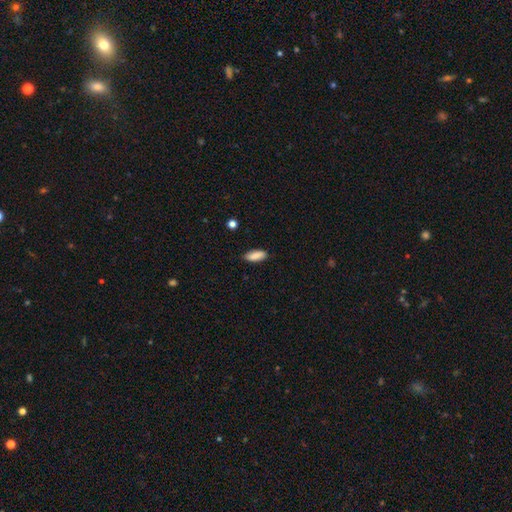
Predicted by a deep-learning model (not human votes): smooth-or-featured: smooth: 88% | star or artifact: 7% | featured or disk: 5%
  how-rounded: in between: 77% | cigar-shaped: 21% | round: 2%
  merging: none: 85% | minor disturbance: 11% | major disturbance: 2% | merger: 1%